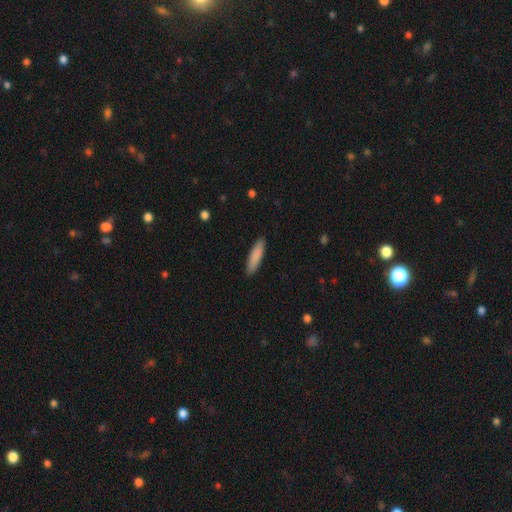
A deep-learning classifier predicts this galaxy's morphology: Smooth or featured? Predicted: smooth (p=0.86). How rounded? Predicted: cigar-shaped (p=0.72). Merging? Predicted: none (p=0.89).